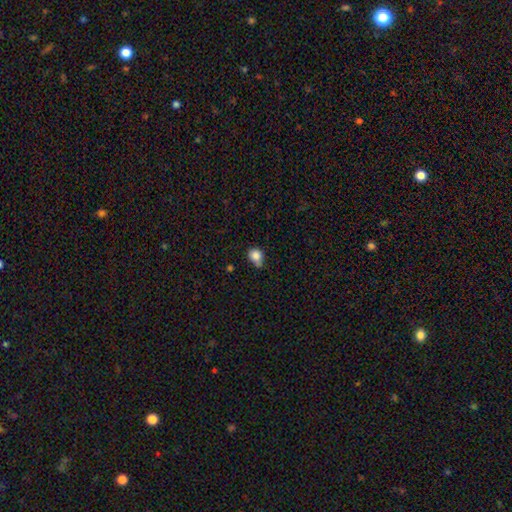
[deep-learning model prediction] Q: Smooth or featured?
A: smooth (83%); runner-up: star or artifact (10%)
Q: How rounded?
A: round (66%); runner-up: in between (32%)
Q: Merging?
A: none (43%); runner-up: minor disturbance (39%)